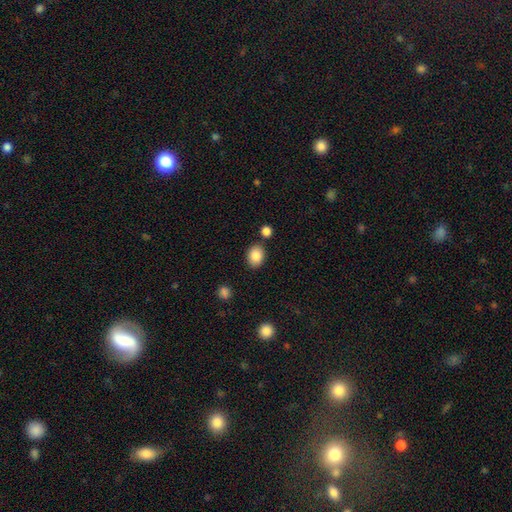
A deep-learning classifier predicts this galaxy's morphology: A smooth galaxy with no disk features (87%) that is in between round and cigar-shaped (66%). Merging: none (83%).